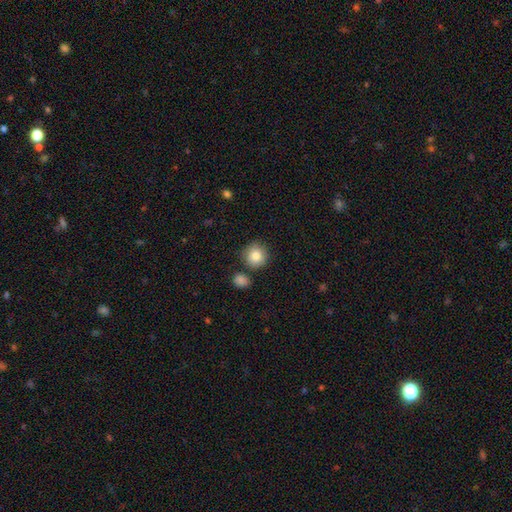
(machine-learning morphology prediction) Q: Smooth or featured?
A: smooth (84%); runner-up: star or artifact (9%)
Q: How rounded?
A: round (92%); runner-up: in between (7%)
Q: Merging?
A: none (78%); runner-up: minor disturbance (11%)